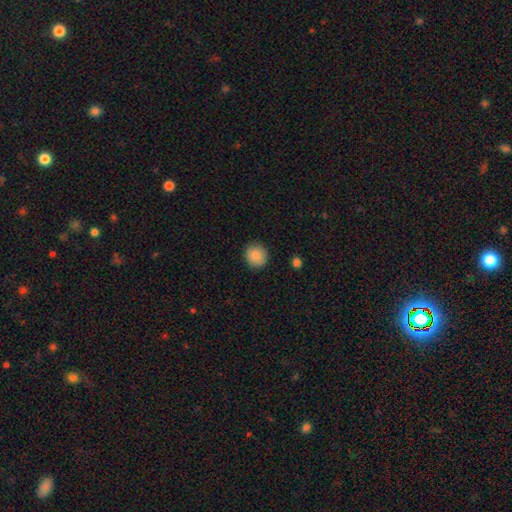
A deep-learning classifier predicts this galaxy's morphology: This appears to be a smooth galaxy with no disk features (88%) that is round (88%). Merging: none (90%).